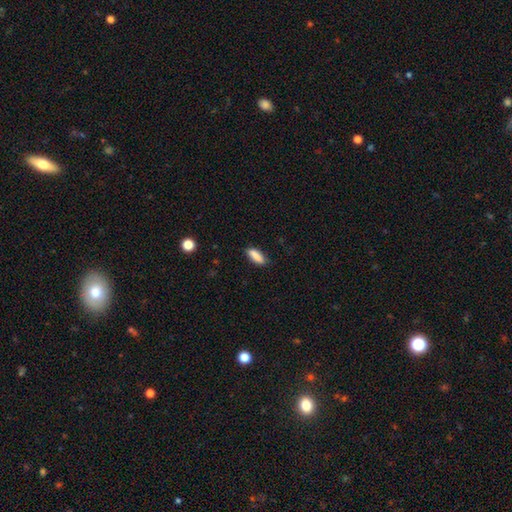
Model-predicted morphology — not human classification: Q: Smooth or featured?
A: smooth (86%); runner-up: star or artifact (7%)
Q: How rounded?
A: in between (62%); runner-up: cigar-shaped (35%)
Q: Merging?
A: none (80%); runner-up: minor disturbance (16%)